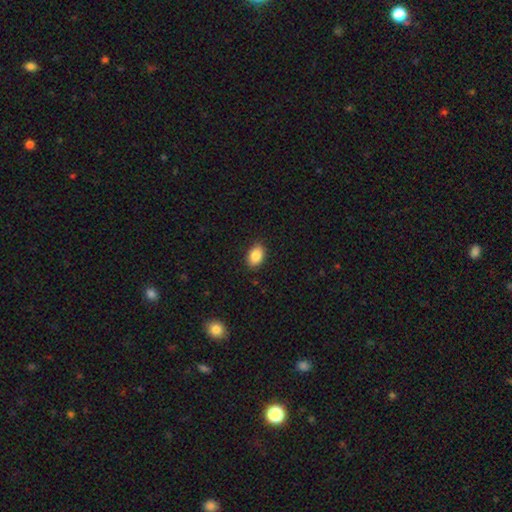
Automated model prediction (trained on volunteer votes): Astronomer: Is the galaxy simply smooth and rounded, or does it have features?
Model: smooth — 87%.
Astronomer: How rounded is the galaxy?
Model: in between — 85%.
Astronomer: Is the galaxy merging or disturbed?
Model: none — 88%.